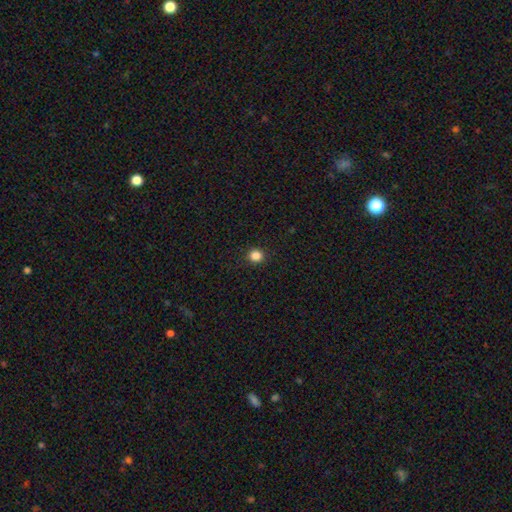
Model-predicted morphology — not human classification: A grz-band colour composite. It shows a smooth galaxy with no disk features (85%) that is round (91%). Merging: none (92%).